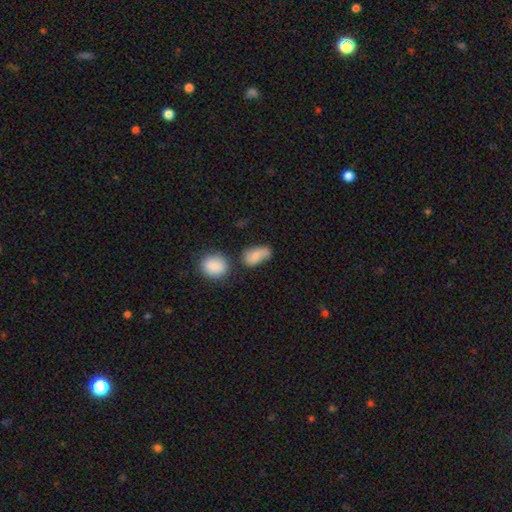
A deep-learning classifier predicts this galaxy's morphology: Q: Smooth or featured?
A: smooth (74%); runner-up: featured or disk (17%)
Q: How rounded?
A: in between (86%); runner-up: round (11%)
Q: Merging?
A: none (44%); runner-up: minor disturbance (29%)